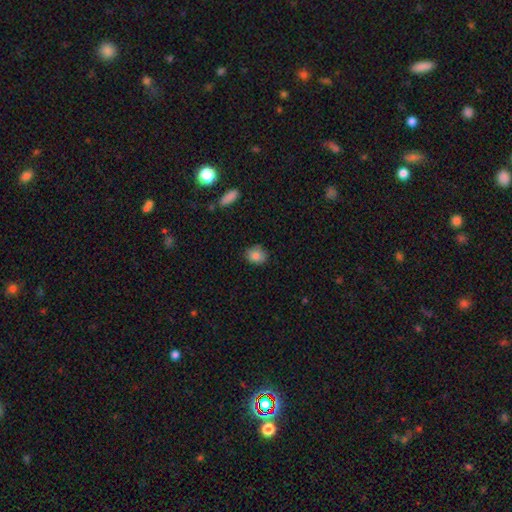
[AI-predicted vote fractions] smooth 83%, star or artifact 9%, featured or disk 8%. Down the decision tree: how rounded — round (56%); merging — none (81%).